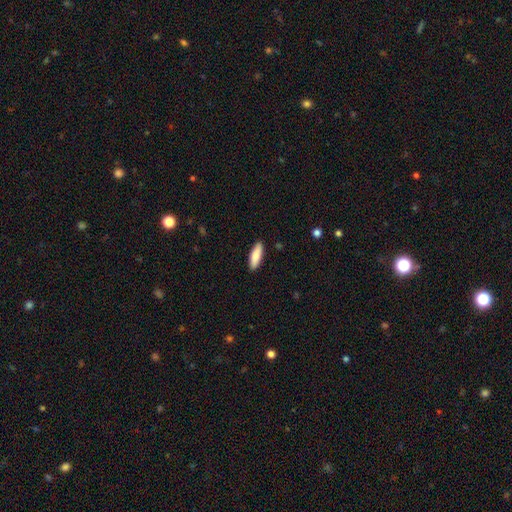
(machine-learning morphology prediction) Smooth or featured? smooth (84%)
How rounded? in between (51%)
Merging? none (90%)